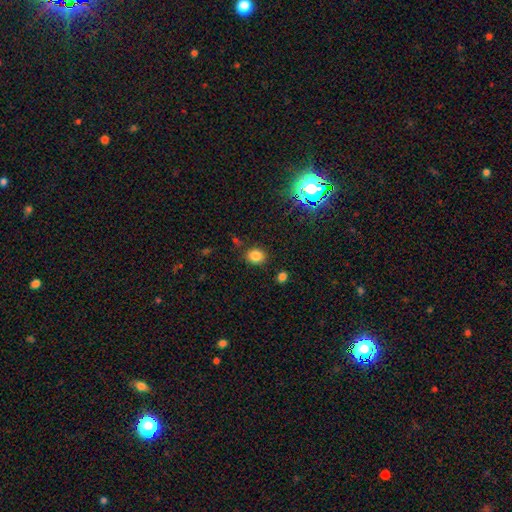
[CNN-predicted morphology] type=smooth (82%); roundness=round (60%); merging=none (83%).